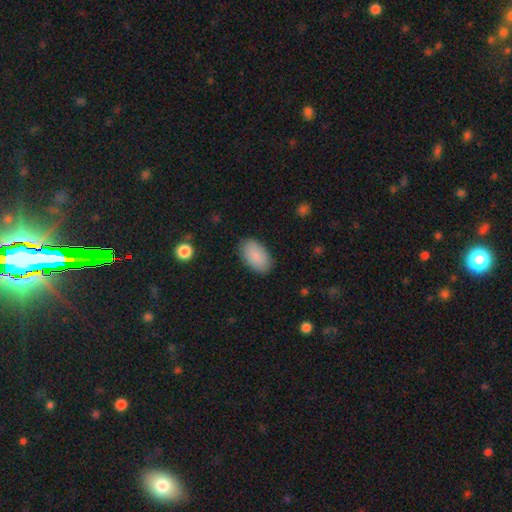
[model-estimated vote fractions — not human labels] Morphology: type=smooth (89%); roundness=in between (94%); merging=none (86%).